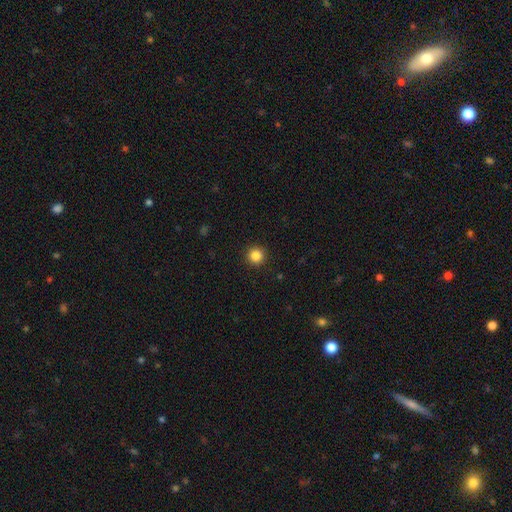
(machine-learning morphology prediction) The model was most divided on "smooth or featured": smooth: 86%, star or artifact: 11%, featured or disk: 4%. More confident: how rounded — round (95%); merging — none (93%).